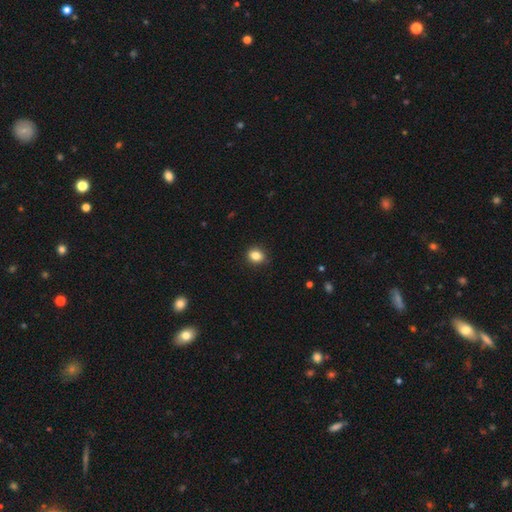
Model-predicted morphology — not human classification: Smooth or featured? Predicted: smooth (p=0.84). How rounded? Predicted: round (p=0.57). Merging? Predicted: none (p=0.86).